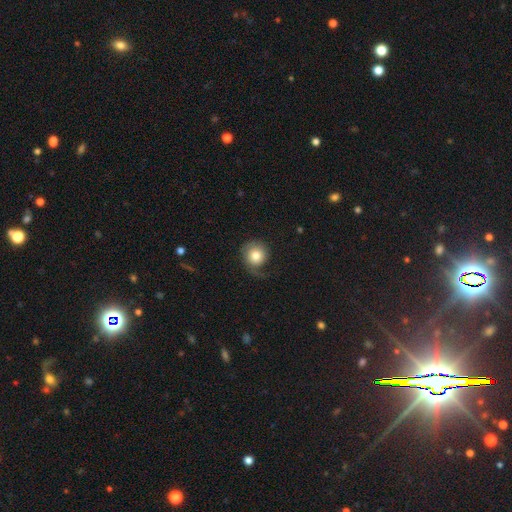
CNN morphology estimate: The model was most divided on "merging": none: 48%, major disturbance: 25%, minor disturbance: 25%, merger: 2%. More confident: how rounded — round (88%); smooth or featured — smooth (65%).